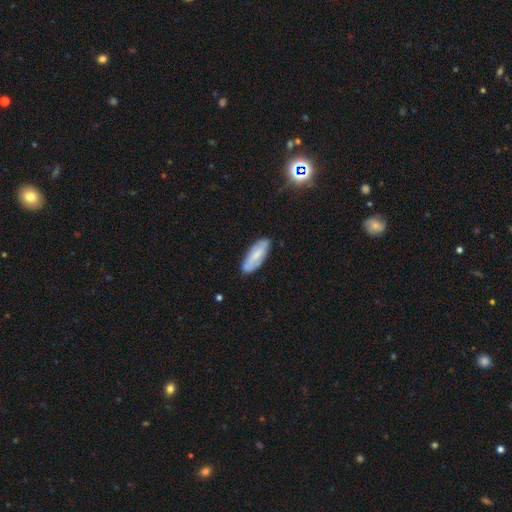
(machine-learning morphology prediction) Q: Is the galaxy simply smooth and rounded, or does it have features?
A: smooth — 55%.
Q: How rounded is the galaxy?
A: in between — 71%.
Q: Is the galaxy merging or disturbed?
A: none — 80%.